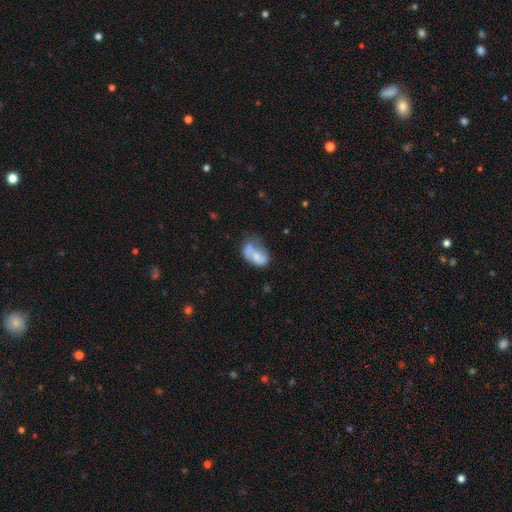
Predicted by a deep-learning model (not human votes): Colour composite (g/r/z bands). It shows a smooth galaxy with no disk features (52%) that is in between round and cigar-shaped (87%). Merging: none (28%).